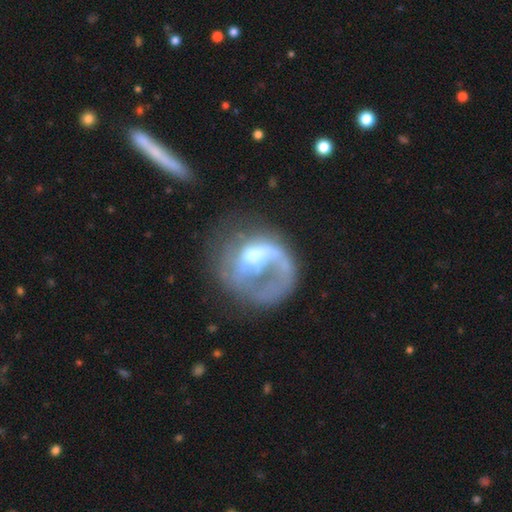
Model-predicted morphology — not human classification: smooth-or-featured: featured or disk: 68% | smooth: 24% | star or artifact: 8%
  disk-edge-on: no: 98% | yes: 2%
    bar: no: 61% | weak: 30% | strong: 9%
    has-spiral-arms: yes: 59% | no: 41%
    bulge-size: moderate: 44% | small: 24% | none: 15% | large: 14% | dominant: 3%
  merging: major disturbance: 47% | none: 32% | minor disturbance: 13% | merger: 7%